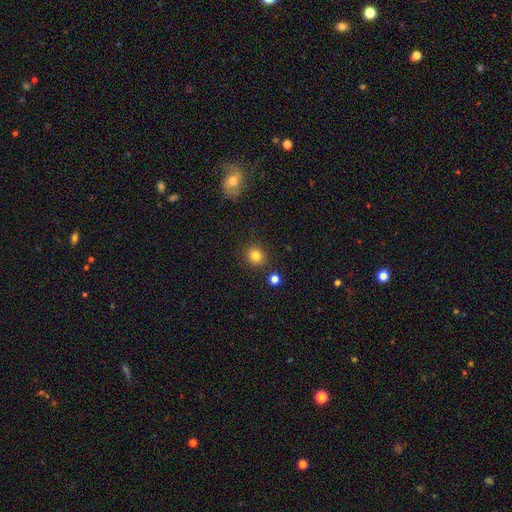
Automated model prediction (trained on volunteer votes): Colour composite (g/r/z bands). It shows a smooth galaxy with no disk features (83%) that is round (90%). Merging: none (87%).